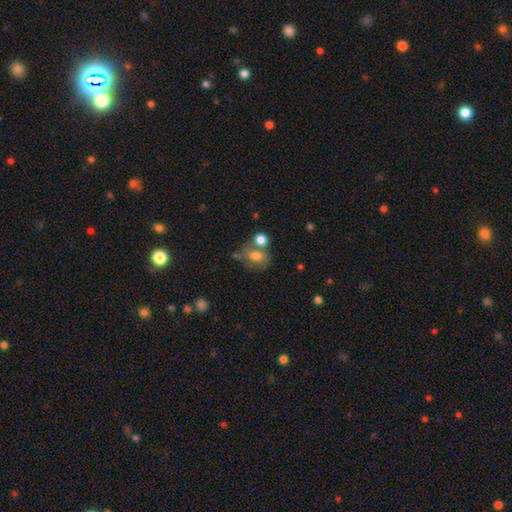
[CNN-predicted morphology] type=smooth (70%); roundness=in between (57%); merging=none (43%).